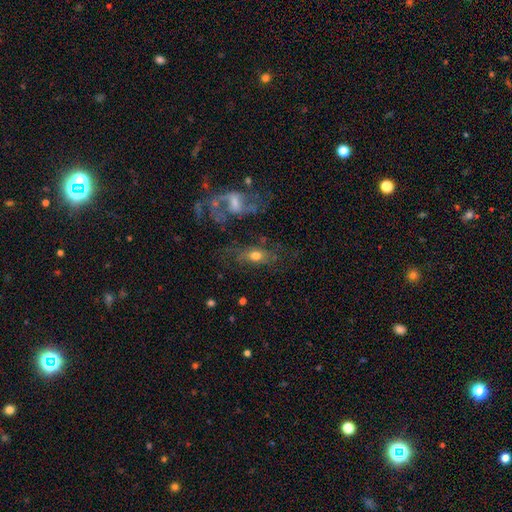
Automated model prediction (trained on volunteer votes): Smooth or featured? Predicted: featured or disk (p=0.45). Merging? Predicted: none (p=0.50).